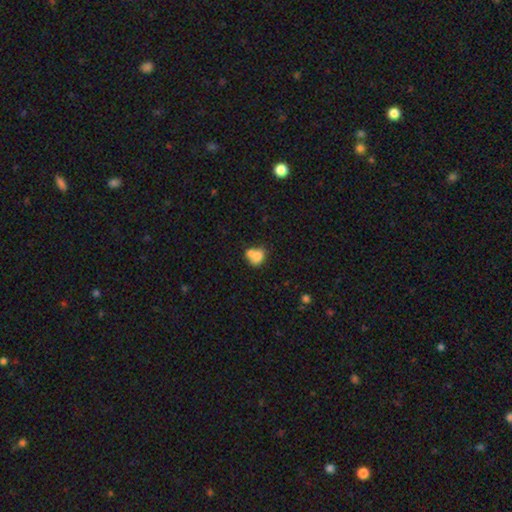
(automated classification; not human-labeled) A smooth galaxy with no disk features (73%) that is in between round and cigar-shaped (55%). Merging: merger (58%).